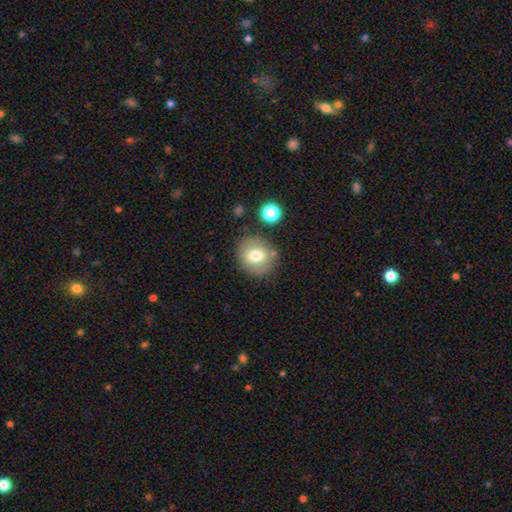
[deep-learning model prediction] A smooth galaxy with no disk features (71%) that is round (72%). Merging: none (77%).